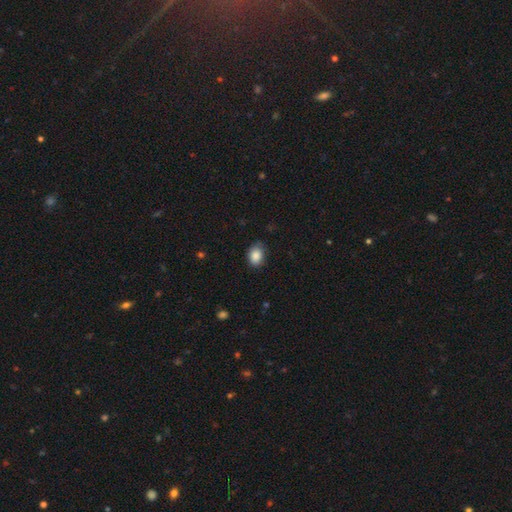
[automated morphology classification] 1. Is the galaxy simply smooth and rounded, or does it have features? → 88% smooth, 8% star or artifact, 4% featured or disk.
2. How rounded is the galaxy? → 69% in between, 30% round, 1% cigar-shaped.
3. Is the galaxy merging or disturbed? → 76% none, 20% minor disturbance, 3% major disturbance, 1% merger.